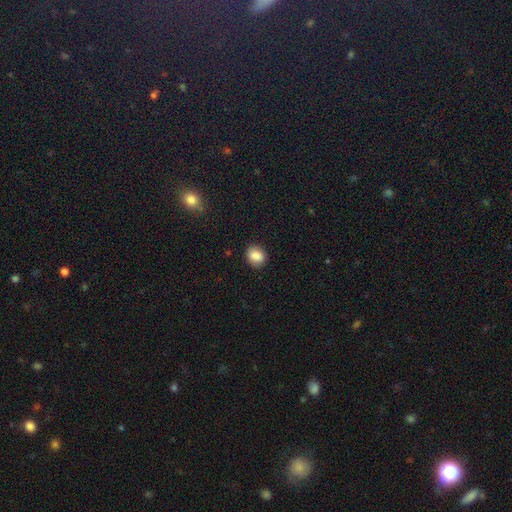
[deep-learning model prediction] smooth-or-featured: smooth: 86% | star or artifact: 8% | featured or disk: 6%
  how-rounded: round: 54% | in between: 45% | cigar-shaped: 1%
  merging: none: 88% | minor disturbance: 9% | major disturbance: 2% | merger: 1%